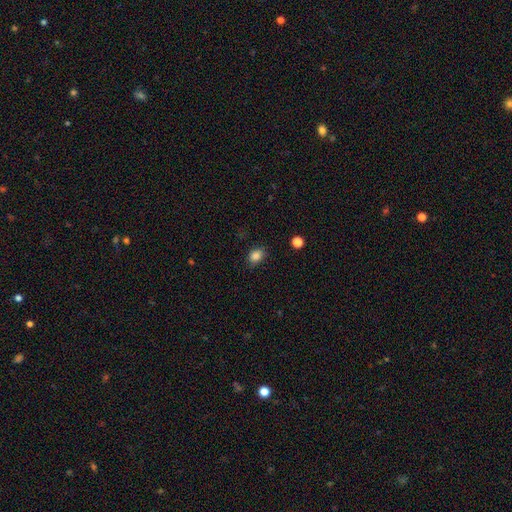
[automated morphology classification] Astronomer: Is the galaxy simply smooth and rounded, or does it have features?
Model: smooth — 85%.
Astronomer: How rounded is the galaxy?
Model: in between — 62%.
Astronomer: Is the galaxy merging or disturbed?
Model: none — 81%.